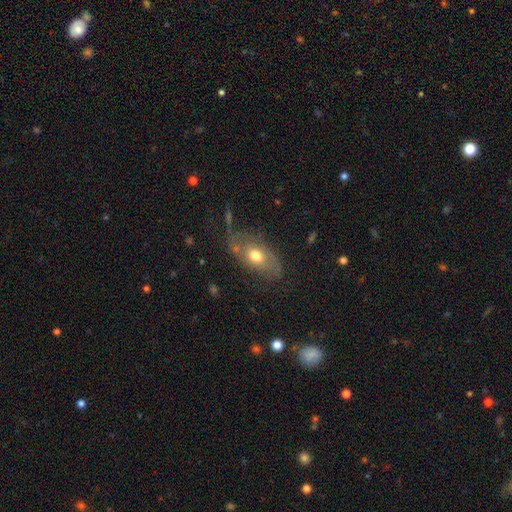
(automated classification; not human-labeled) smooth_or_featured: smooth (p=0.60) [alt: featured or disk p=0.30]
how_rounded: in between (p=0.84) [alt: round p=0.12]
merging: none (p=0.62) [alt: minor disturbance p=0.22]